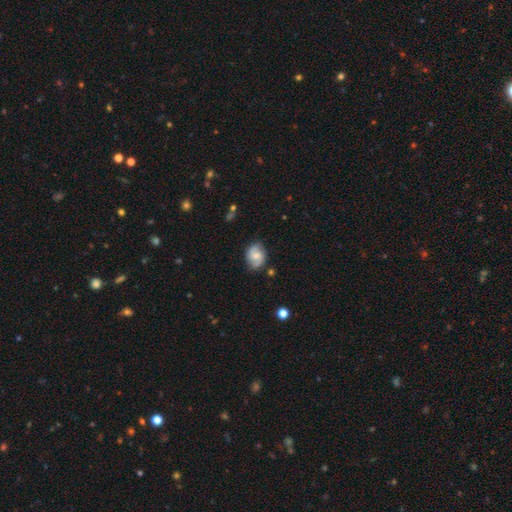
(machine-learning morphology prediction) Smooth or featured: featured or disk — 66% (smooth — 26%)
Edge-on disk: no — 97% (yes — 3%)
Bar: no — 46% (weak — 45%)
Spiral arms: yes — 93% (no — 7%)
Spiral winding: medium — 47% (loose — 30%)
Spiral arm count: 2 — 88% (can't tell — 6%)
Bulge size: moderate — 42% (small — 38%)
Merging: none — 76% (minor disturbance — 17%)